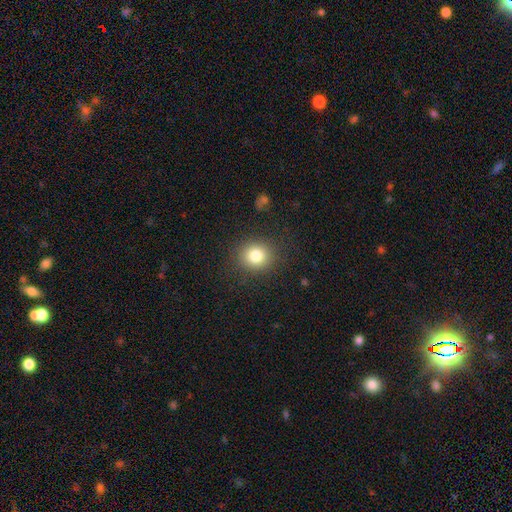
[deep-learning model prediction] A smooth galaxy with no disk features (81%) that is round (84%).

Vote fractions:
- Smooth or featured? smooth: 81% / star or artifact: 12% / featured or disk: 7%
- How rounded? round: 84% / in between: 16% / cigar-shaped: 1%
- Merging? none: 88% / minor disturbance: 8% / major disturbance: 3% / merger: 1%